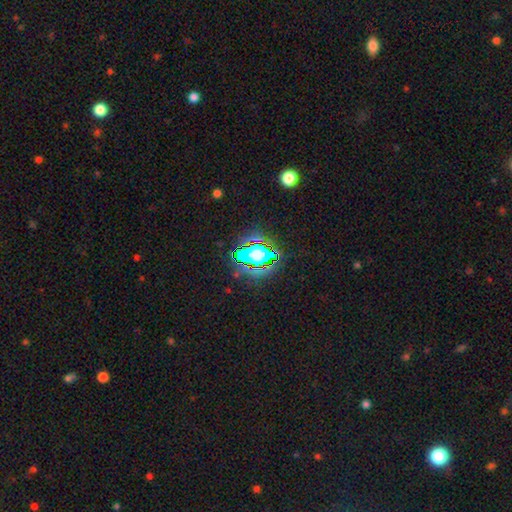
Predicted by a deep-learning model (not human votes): smooth-or-featured: star or artifact: 51% | smooth: 33% | featured or disk: 16%